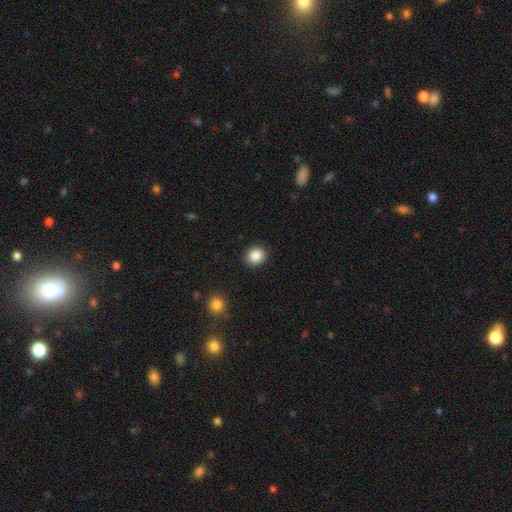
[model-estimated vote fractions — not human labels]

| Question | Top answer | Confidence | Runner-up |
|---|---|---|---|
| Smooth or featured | smooth | 88% | star or artifact (9%) |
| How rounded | round | 79% | in between (20%) |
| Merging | none | 90% | minor disturbance (6%) |